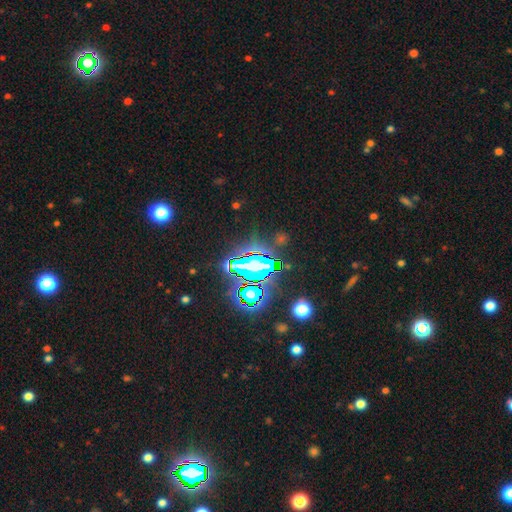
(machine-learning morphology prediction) Smooth or featured?
  - star or artifact: 83% *
  - smooth: 10%
  - featured or disk: 7%